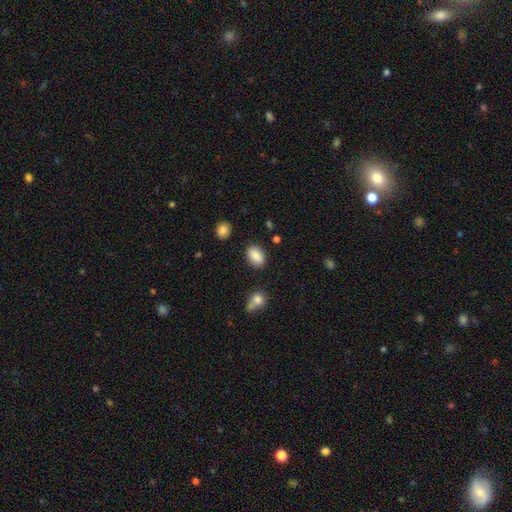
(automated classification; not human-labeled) A smooth galaxy with no disk features (87%) that is in between round and cigar-shaped (86%).

Vote fractions:
- Smooth or featured? smooth: 87% / star or artifact: 8% / featured or disk: 6%
- How rounded? in between: 86% / round: 12% / cigar-shaped: 1%
- Merging? none: 85% / minor disturbance: 9% / merger: 3% / major disturbance: 3%